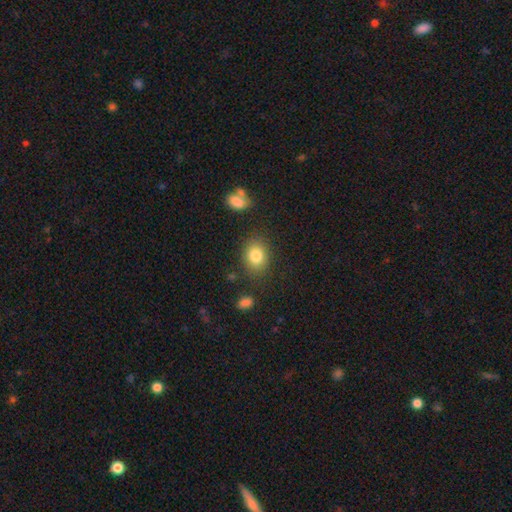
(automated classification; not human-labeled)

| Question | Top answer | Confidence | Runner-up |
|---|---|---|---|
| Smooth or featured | smooth | 82% | star or artifact (10%) |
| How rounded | in between | 51% | round (47%) |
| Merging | none | 81% | minor disturbance (11%) |